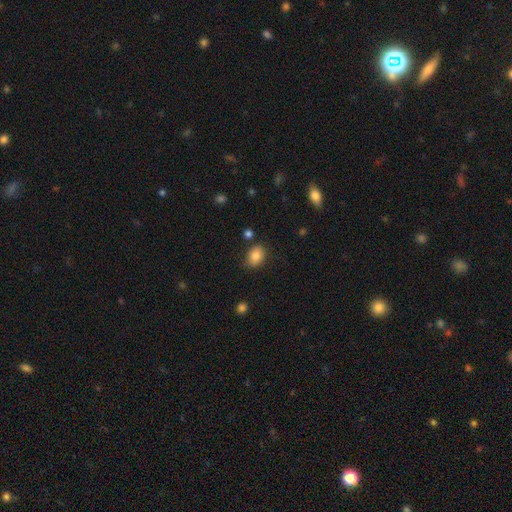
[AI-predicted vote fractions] Smooth or featured?
  - smooth: 84% *
  - star or artifact: 9%
  - featured or disk: 7%
How rounded?
  - in between: 68% *
  - round: 31%
  - cigar-shaped: 1%
Merging?
  - none: 79% *
  - minor disturbance: 15%
  - merger: 3%
  - major disturbance: 3%